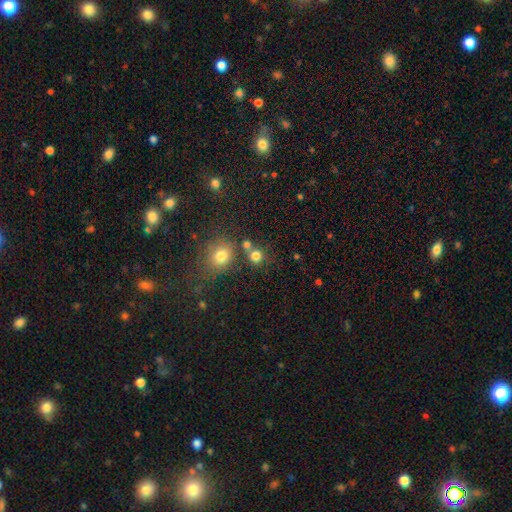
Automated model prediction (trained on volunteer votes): smooth-or-featured: smooth: 76% | star or artifact: 16% | featured or disk: 8%
  how-rounded: round: 83% | in between: 16% | cigar-shaped: 1%
  merging: none: 62% | merger: 24% | minor disturbance: 9% | major disturbance: 5%